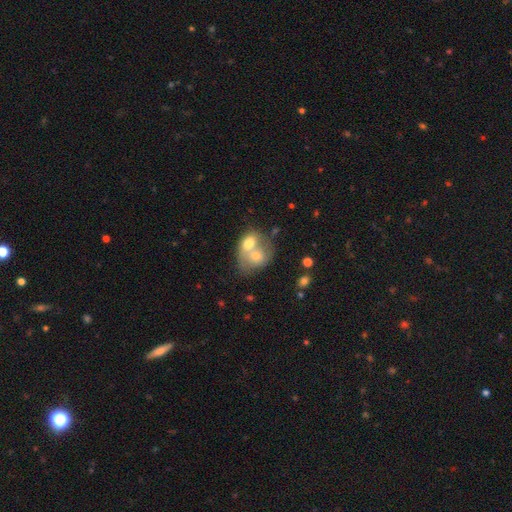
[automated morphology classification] Smooth or featured: smooth — 62% (featured or disk — 31%)
How rounded: in between — 54% (round — 45%)
Merging: merger — 78% (none — 13%)